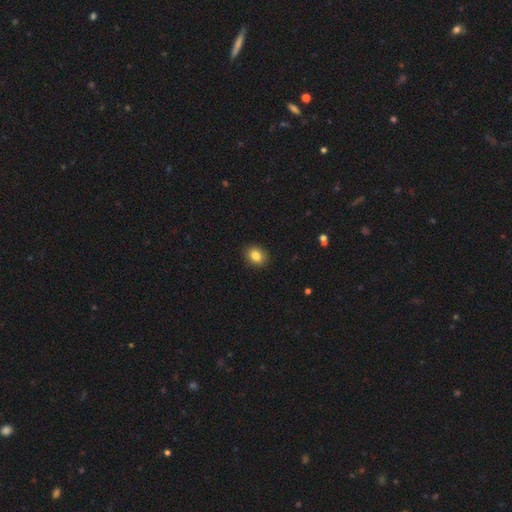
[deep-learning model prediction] Smooth or featured?
  - smooth: 85% *
  - star or artifact: 10%
  - featured or disk: 6%
How rounded?
  - round: 54% *
  - in between: 45%
  - cigar-shaped: 1%
Merging?
  - none: 91% *
  - minor disturbance: 7%
  - major disturbance: 2%
  - merger: 1%